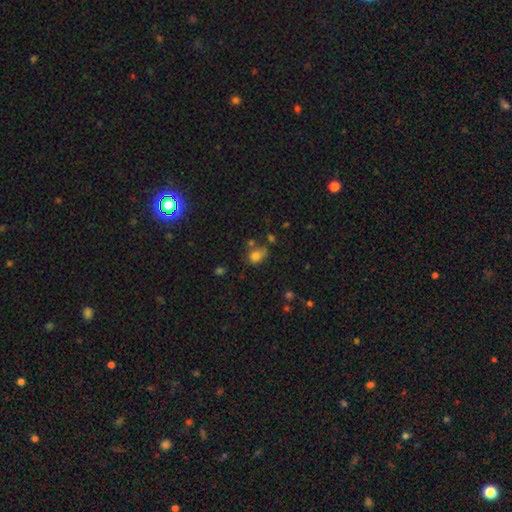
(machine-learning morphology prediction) A smooth galaxy with no disk features (79%) that is in between round and cigar-shaped (65%). Merging: none (51%).